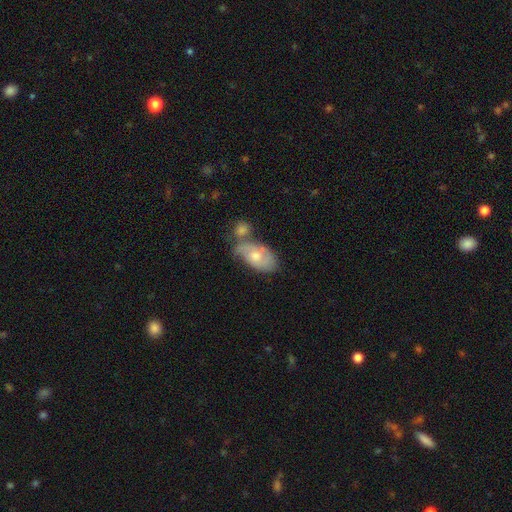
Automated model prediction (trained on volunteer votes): featured or disk 52%, smooth 41%, star or artifact 7%. Down the decision tree: edge-on disk — no (93%); merging — none (35%).